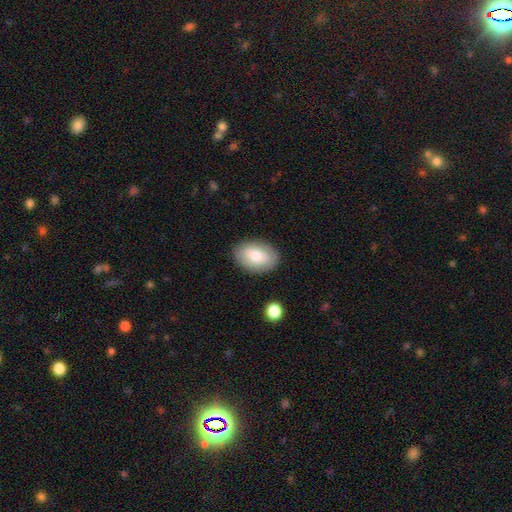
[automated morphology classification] Smooth or featured? Predicted: smooth (p=0.70). How rounded? Predicted: in between (p=0.86). Merging? Predicted: none (p=0.85).